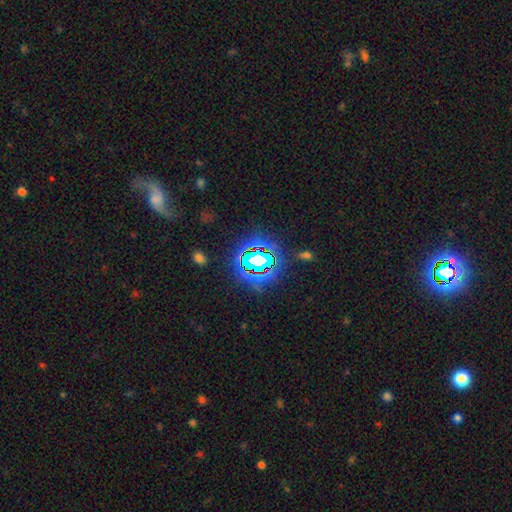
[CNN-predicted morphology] The model was most divided on "smooth or featured": star or artifact: 66%, featured or disk: 18%, smooth: 16%.